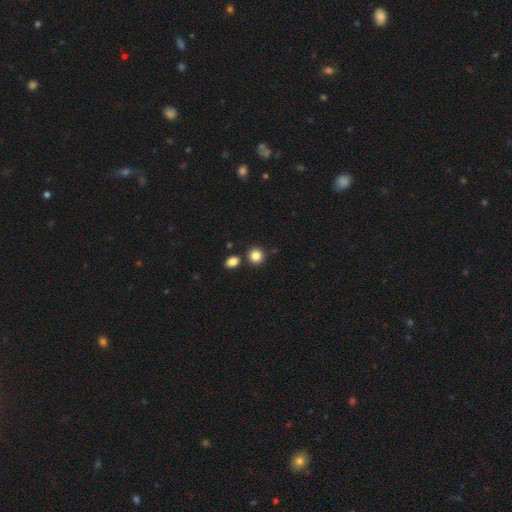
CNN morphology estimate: smooth-or-featured: smooth: 85% | star or artifact: 10% | featured or disk: 5%
  how-rounded: round: 86% | in between: 13% | cigar-shaped: 1%
  merging: none: 80% | merger: 10% | minor disturbance: 8% | major disturbance: 2%